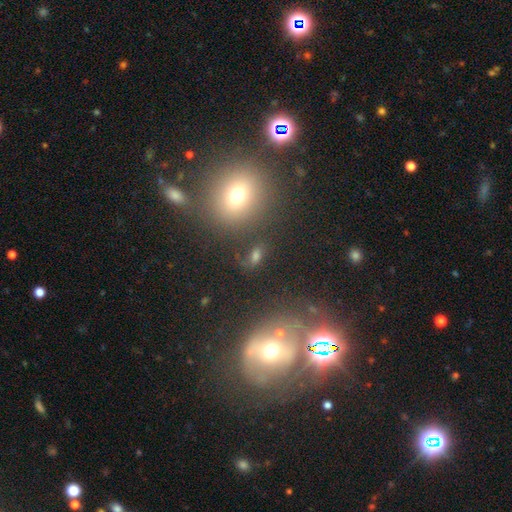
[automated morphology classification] smooth-or-featured: smooth: 56% | star or artifact: 28% | featured or disk: 16%
  how-rounded: in between: 49% | round: 45% | cigar-shaped: 5%
  merging: none: 68% | minor disturbance: 13% | merger: 12% | major disturbance: 7%